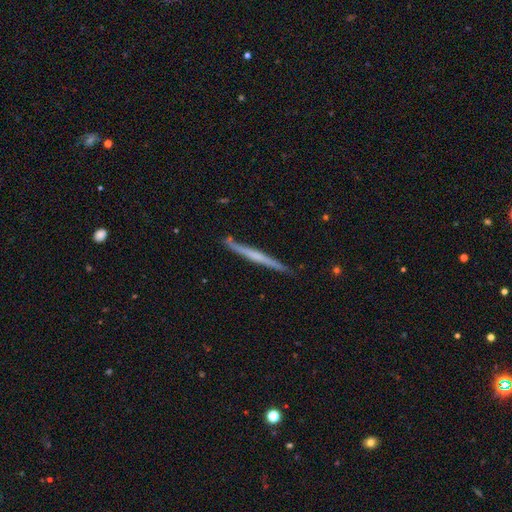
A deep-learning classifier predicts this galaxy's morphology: type=featured or disk (59%); edge-on=yes (97%); edge-on bulge=none (65%); merging=none (87%).